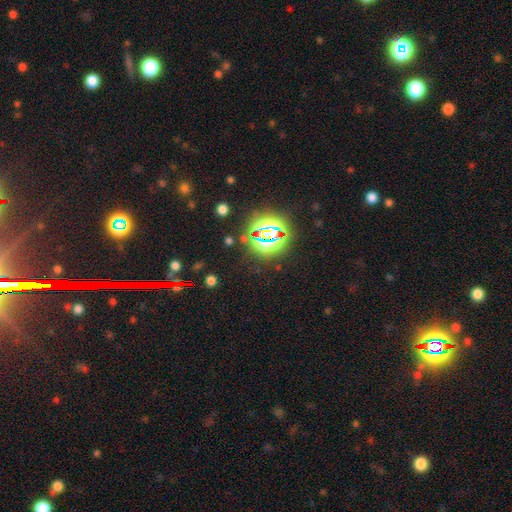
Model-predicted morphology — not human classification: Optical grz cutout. It shows a star or artifact, not a galaxy (81%).